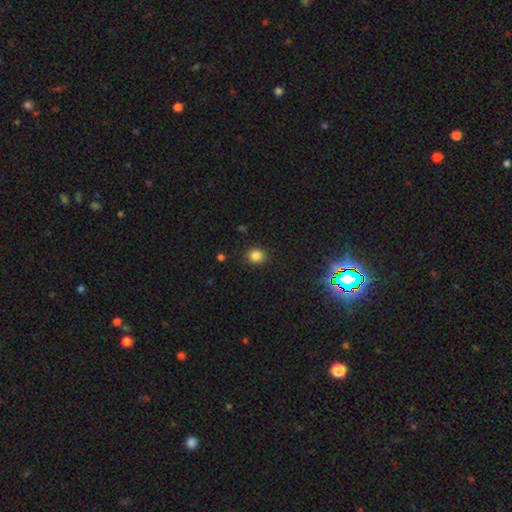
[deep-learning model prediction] Smooth or featured? smooth (84%)
How rounded? round (85%)
Merging? none (89%)